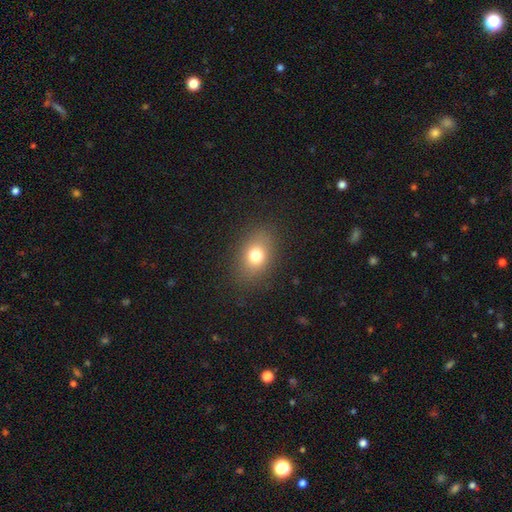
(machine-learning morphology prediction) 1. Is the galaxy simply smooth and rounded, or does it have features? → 76% smooth, 13% star or artifact, 11% featured or disk.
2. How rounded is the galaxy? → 65% in between, 33% round, 1% cigar-shaped.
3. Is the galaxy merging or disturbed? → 85% none, 9% minor disturbance, 4% major disturbance, 1% merger.